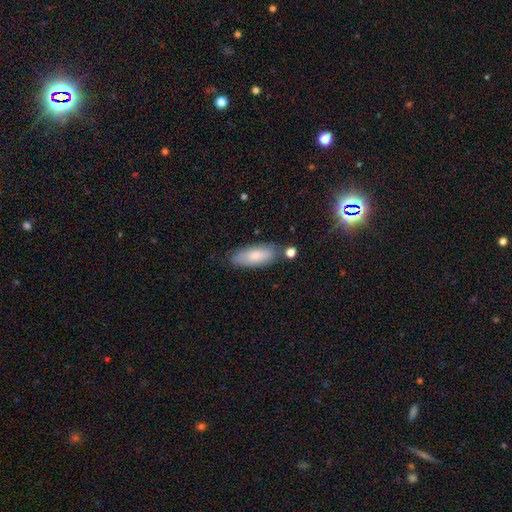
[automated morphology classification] This appears to be a smooth galaxy with no disk features (78%) that is in between round and cigar-shaped (76%). Merging: none (73%).